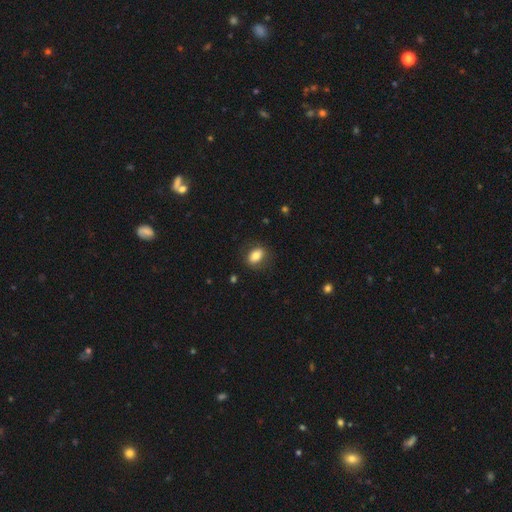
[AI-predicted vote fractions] Overall: smooth (81%). How rounded: in between (81%). Merging: none (81%).